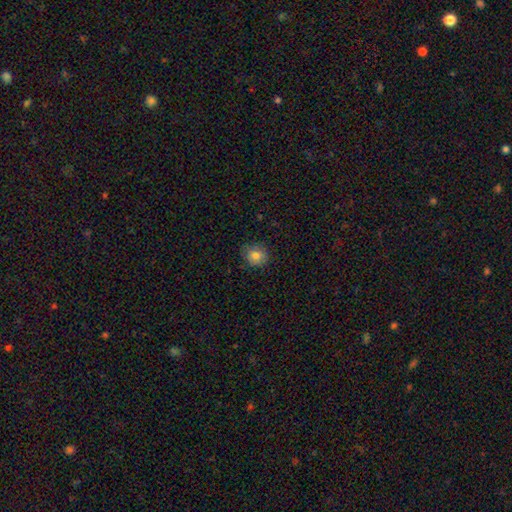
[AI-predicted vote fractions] Smooth or featured: smooth — 82% (star or artifact — 10%)
How rounded: round — 80% (in between — 19%)
Merging: none — 82% (minor disturbance — 14%)